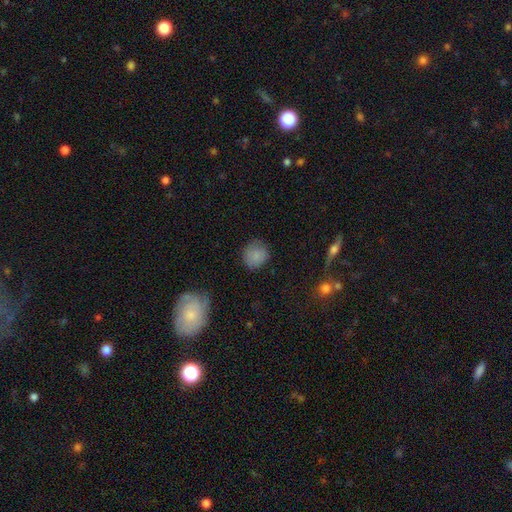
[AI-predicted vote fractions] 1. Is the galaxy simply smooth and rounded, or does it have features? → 83% smooth, 11% star or artifact, 7% featured or disk.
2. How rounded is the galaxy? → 86% round, 13% in between, 1% cigar-shaped.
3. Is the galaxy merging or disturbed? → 80% none, 15% minor disturbance, 4% major disturbance, 2% merger.